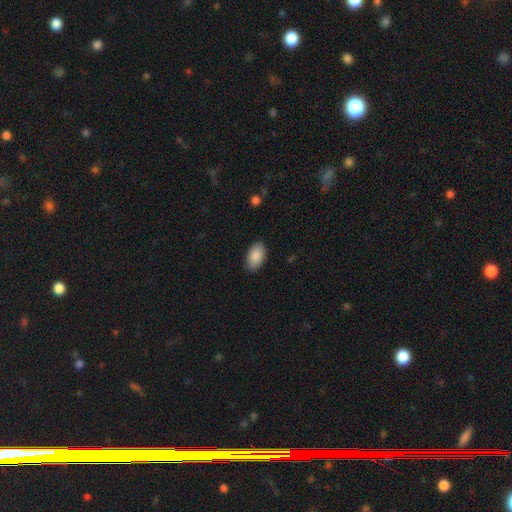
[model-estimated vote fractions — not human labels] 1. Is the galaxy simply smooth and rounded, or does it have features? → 88% smooth, 6% star or artifact, 5% featured or disk.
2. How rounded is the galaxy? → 94% in between, 4% round, 1% cigar-shaped.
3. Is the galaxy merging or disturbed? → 87% none, 10% minor disturbance, 2% major disturbance, 1% merger.